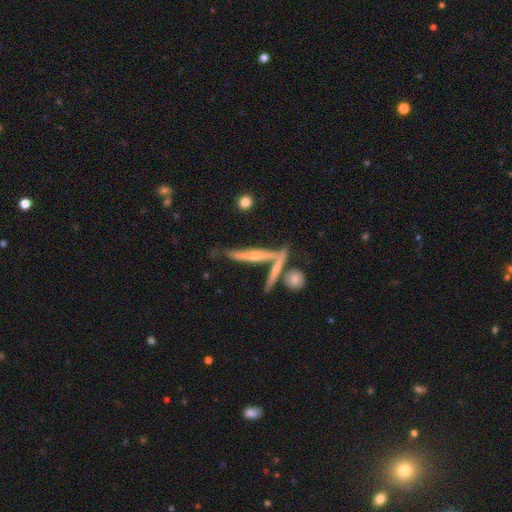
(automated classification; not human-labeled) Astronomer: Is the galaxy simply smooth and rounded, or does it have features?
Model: featured or disk — 52%.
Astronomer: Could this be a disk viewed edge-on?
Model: yes — 74%.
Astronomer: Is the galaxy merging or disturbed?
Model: none — 52% (runner-up: merger, 28%).